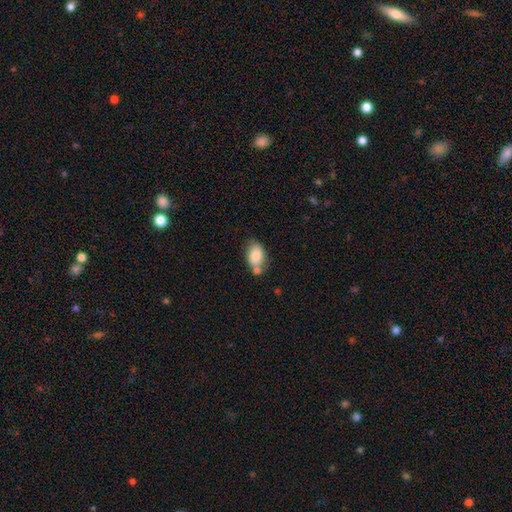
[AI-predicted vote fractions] smooth_or_featured: smooth (p=0.82) [alt: featured or disk p=0.11]
how_rounded: in between (p=0.87) [alt: round p=0.12]
merging: none (p=0.53) [alt: merger p=0.22]